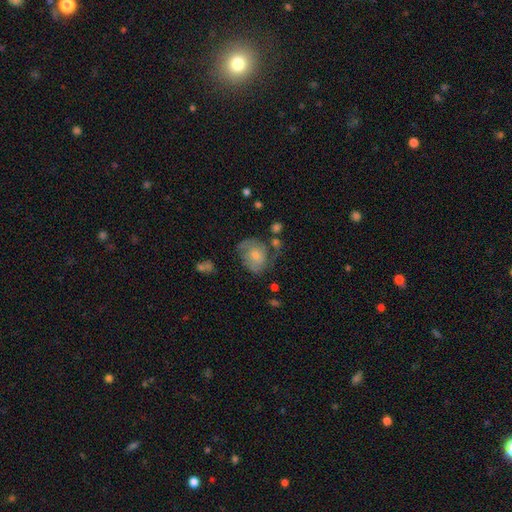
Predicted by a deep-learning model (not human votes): The model was most divided on "smooth or featured": featured or disk: 49%, smooth: 43%, star or artifact: 8%. Remaining: merging — none (42%).